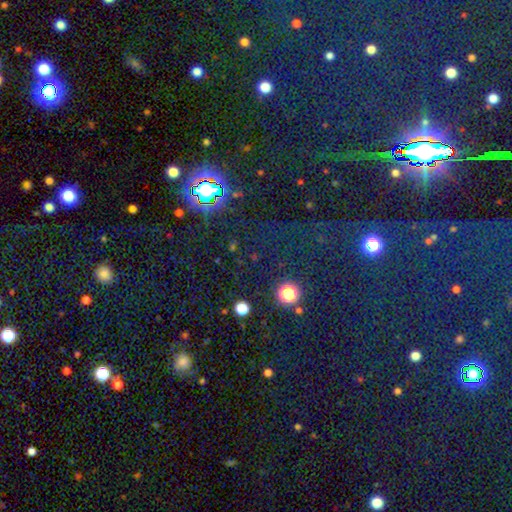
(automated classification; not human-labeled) A star or artifact, not a galaxy (79%).

Vote fractions:
- Smooth or featured? star or artifact: 79% / smooth: 14% / featured or disk: 7%